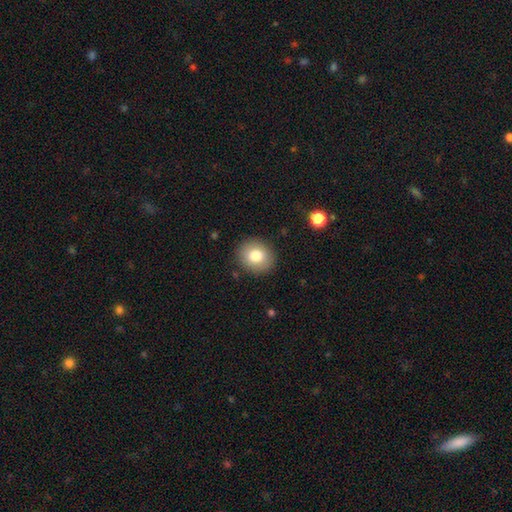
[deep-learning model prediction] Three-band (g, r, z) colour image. It shows a smooth galaxy with no disk features (80%) that is round (80%). Merging: none (89%).